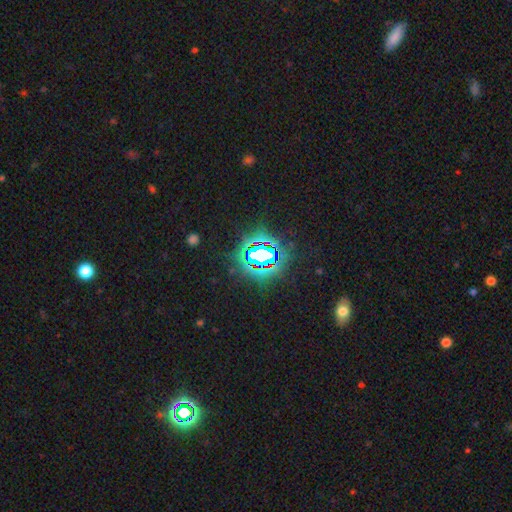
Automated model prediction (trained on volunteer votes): A star or artifact, not a galaxy (80%).

Vote fractions:
- Smooth or featured? star or artifact: 80% / smooth: 13% / featured or disk: 8%